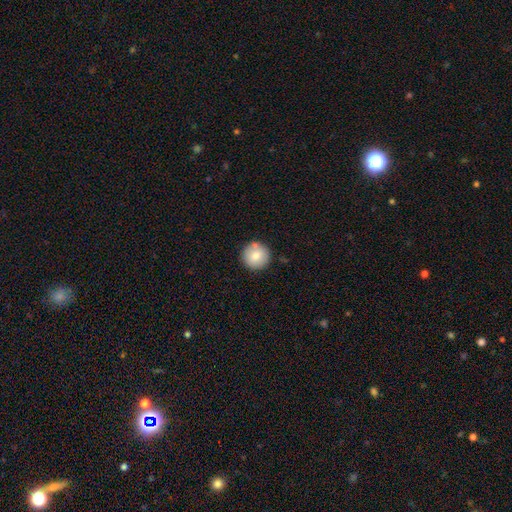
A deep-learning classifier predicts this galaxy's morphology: smooth-or-featured: smooth: 77% | featured or disk: 14% | star or artifact: 8%
  how-rounded: round: 96% | in between: 3% | cigar-shaped: 1%
  merging: none: 83% | minor disturbance: 9% | merger: 7% | major disturbance: 2%